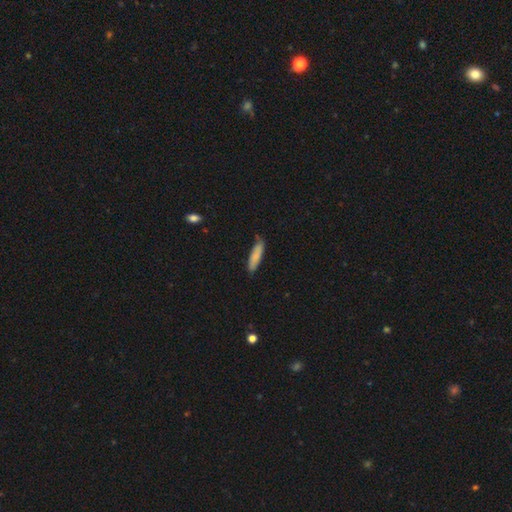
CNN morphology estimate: Smooth or featured: smooth — 82% (featured or disk — 12%)
How rounded: cigar-shaped — 72% (in between — 27%)
Merging: none — 75% (minor disturbance — 20%)